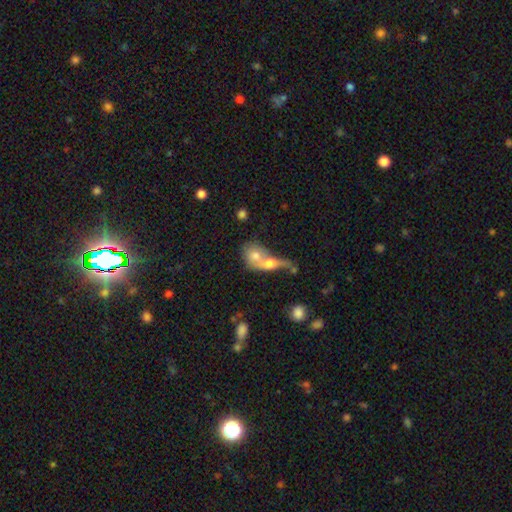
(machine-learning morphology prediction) smooth 64%, featured or disk 28%, star or artifact 8%. Down the decision tree: how rounded — round (49%); merging — merger (77%).